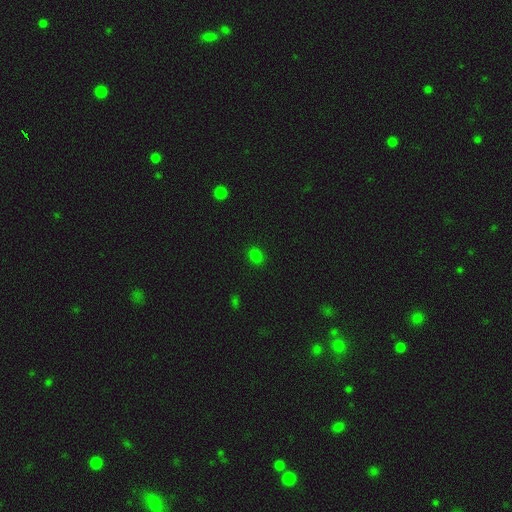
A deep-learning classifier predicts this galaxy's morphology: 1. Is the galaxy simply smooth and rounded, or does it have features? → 80% smooth, 17% star or artifact, 4% featured or disk.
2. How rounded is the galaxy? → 59% round, 40% in between, 1% cigar-shaped.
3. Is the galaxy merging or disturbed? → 88% none, 8% minor disturbance, 2% major disturbance, 1% merger.